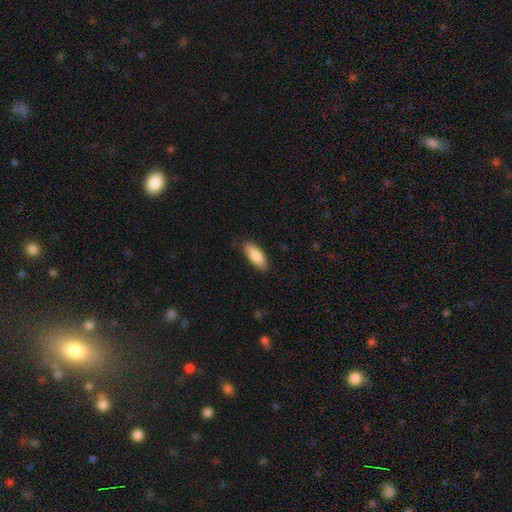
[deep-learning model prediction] This is clearly a smooth galaxy (86%). How rounded: likely in between (78%). Merging: clearly none (85%).